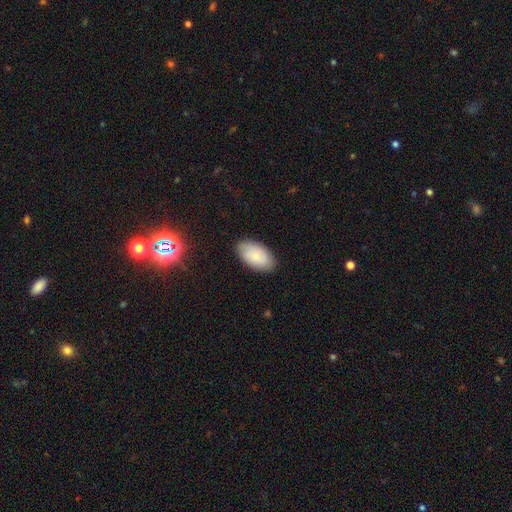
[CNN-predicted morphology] The model was most divided on "smooth or featured": smooth: 75%, featured or disk: 18%, star or artifact: 7%. More confident: how rounded — in between (95%); merging — none (85%).